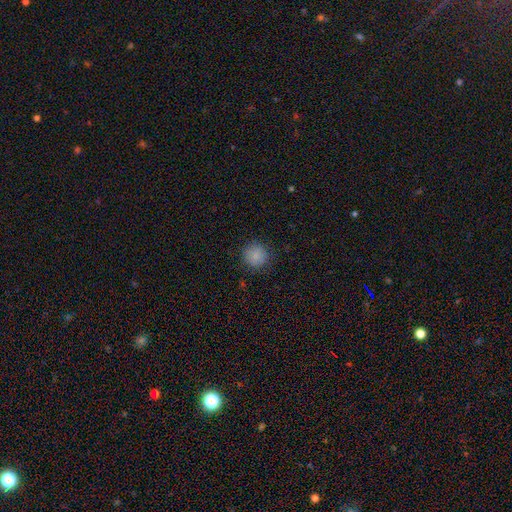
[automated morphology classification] Smooth or featured? Predicted: smooth (p=0.85). How rounded? Predicted: round (p=0.93). Merging? Predicted: none (p=0.86).